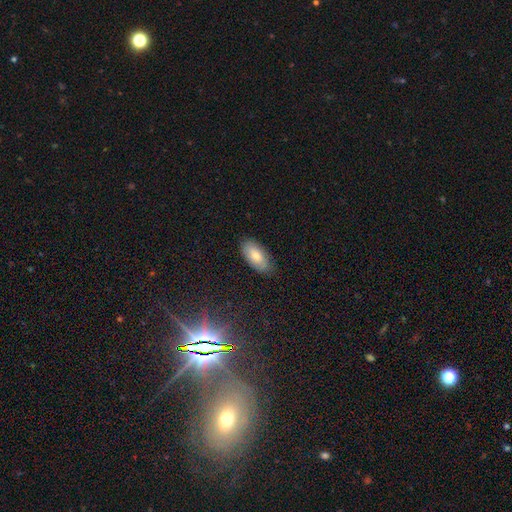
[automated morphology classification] Overall: smooth (77%). How rounded: in between (91%). Merging: none (82%).